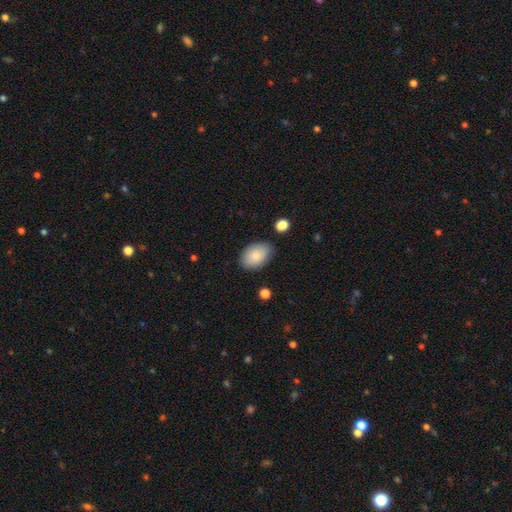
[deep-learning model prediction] smooth-or-featured: smooth: 83% | featured or disk: 10% | star or artifact: 7%
  how-rounded: in between: 89% | round: 10% | cigar-shaped: 1%
  merging: none: 80% | minor disturbance: 15% | major disturbance: 3% | merger: 2%